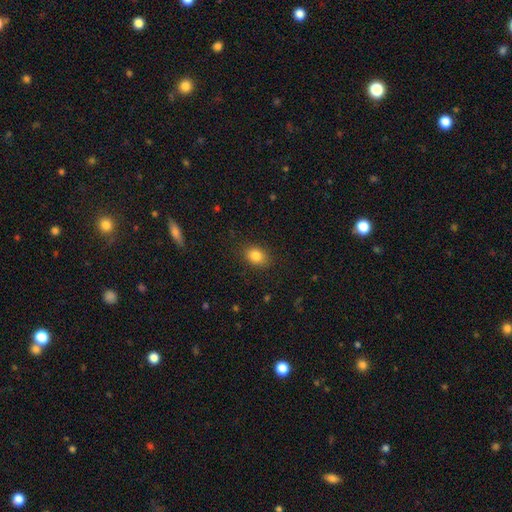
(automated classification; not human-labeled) smooth_or_featured: smooth (p=0.84) [alt: star or artifact p=0.10]
how_rounded: in between (p=0.65) [alt: round p=0.34]
merging: none (p=0.86) [alt: minor disturbance p=0.10]